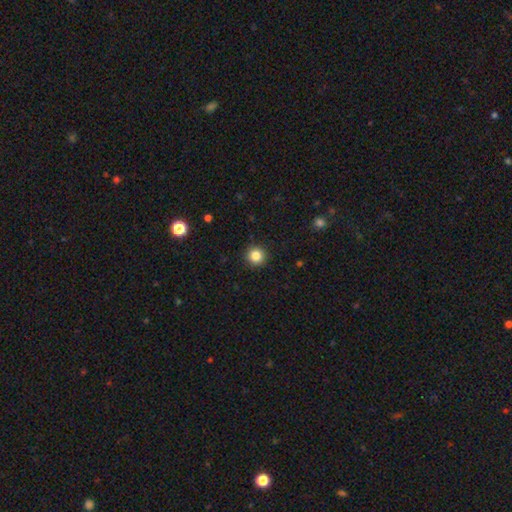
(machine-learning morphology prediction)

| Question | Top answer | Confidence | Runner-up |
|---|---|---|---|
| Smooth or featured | smooth | 85% | star or artifact (11%) |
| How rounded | round | 95% | in between (4%) |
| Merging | none | 92% | minor disturbance (5%) |